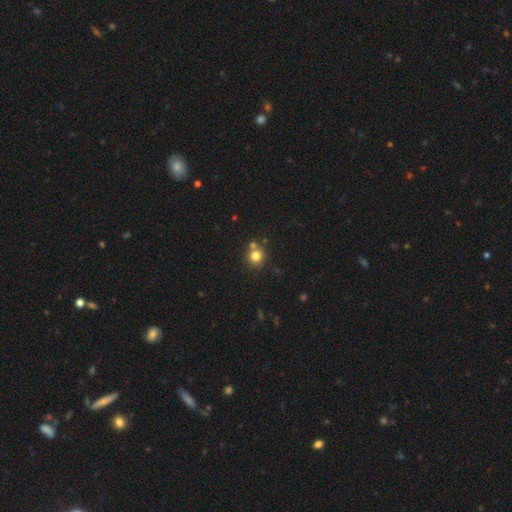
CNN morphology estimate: type=smooth (79%); roundness=round (90%); merging=none (68%).